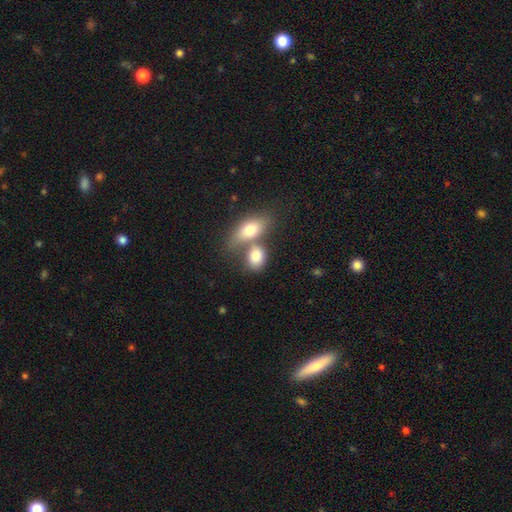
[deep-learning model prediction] smooth 79%, featured or disk 14%, star or artifact 7%. Down the decision tree: how rounded — in between (74%); merging — merger (54%).